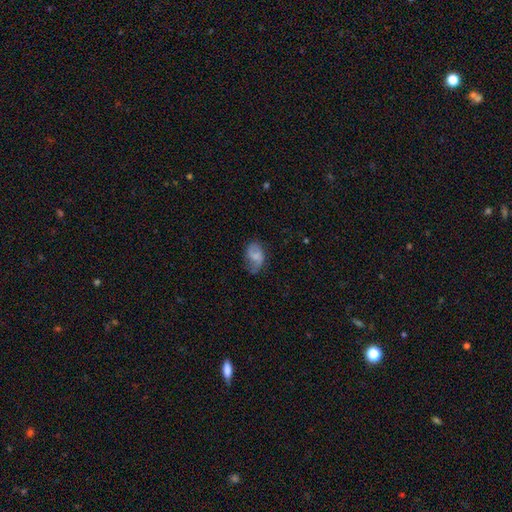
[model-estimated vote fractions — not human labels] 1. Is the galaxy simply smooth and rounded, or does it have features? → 52% smooth, 39% featured or disk, 9% star or artifact.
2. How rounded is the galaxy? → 84% in between, 15% round, 1% cigar-shaped.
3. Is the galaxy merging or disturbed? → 53% none, 31% minor disturbance, 14% major disturbance, 2% merger.